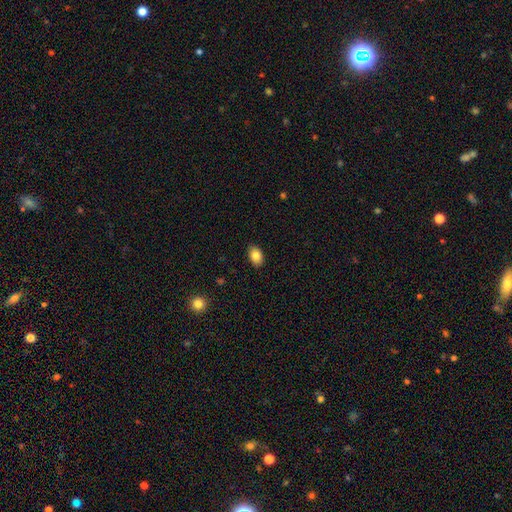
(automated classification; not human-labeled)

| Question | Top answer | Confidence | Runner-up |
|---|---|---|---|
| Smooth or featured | smooth | 84% | featured or disk (8%) |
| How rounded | in between | 85% | round (13%) |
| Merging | none | 88% | minor disturbance (10%) |